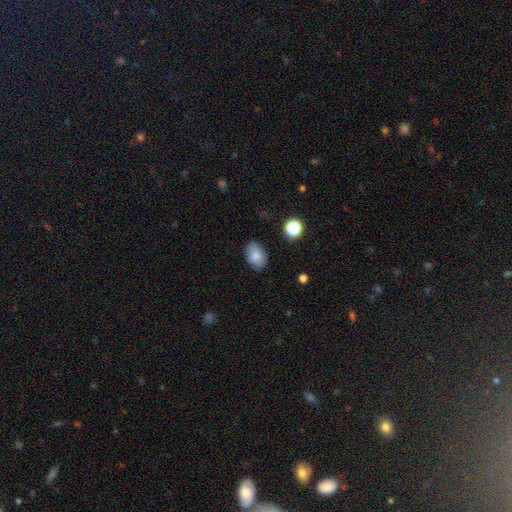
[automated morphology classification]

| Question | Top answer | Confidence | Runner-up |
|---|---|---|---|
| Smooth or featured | smooth | 83% | featured or disk (9%) |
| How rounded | in between | 82% | round (17%) |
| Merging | none | 80% | minor disturbance (15%) |